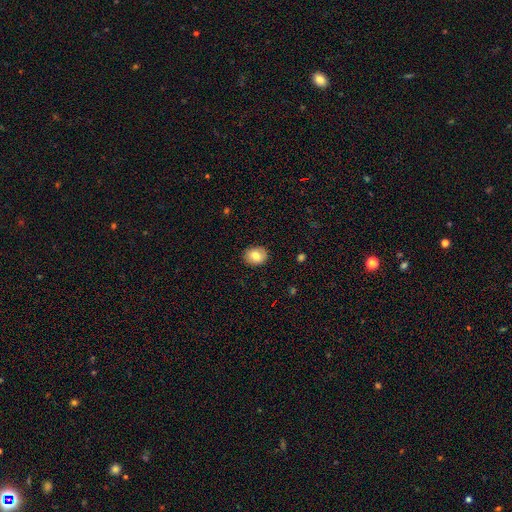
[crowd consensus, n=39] A smooth galaxy with no disk features (85%) that is in between round and cigar-shaped (52%). Merging: none (87%).